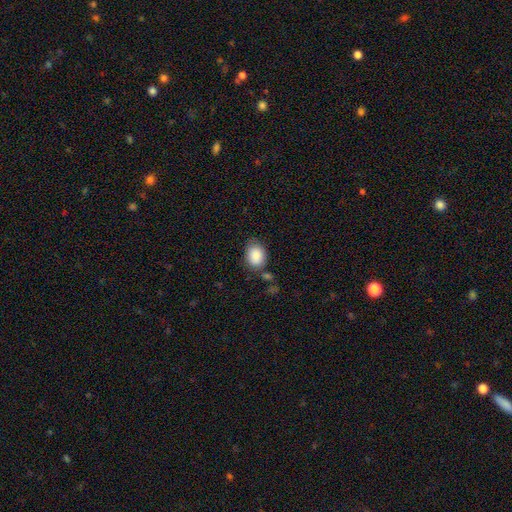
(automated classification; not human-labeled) A smooth galaxy with no disk features (88%) that is in between round and cigar-shaped (71%). Merging: none (70%).